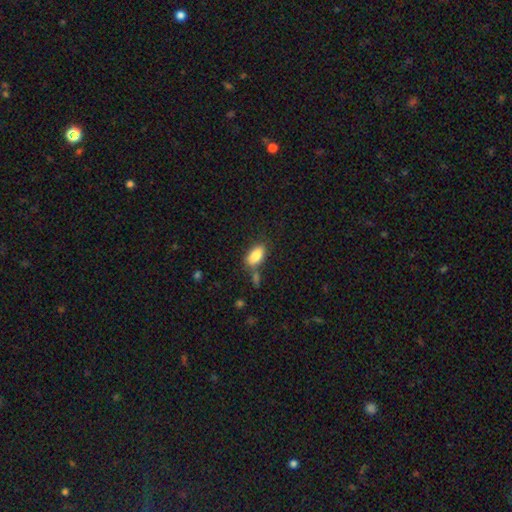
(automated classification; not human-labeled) smooth_or_featured: smooth (p=0.84) [alt: featured or disk p=0.08]
how_rounded: in between (p=0.90) [alt: round p=0.05]
merging: none (p=0.63) [alt: minor disturbance p=0.17]